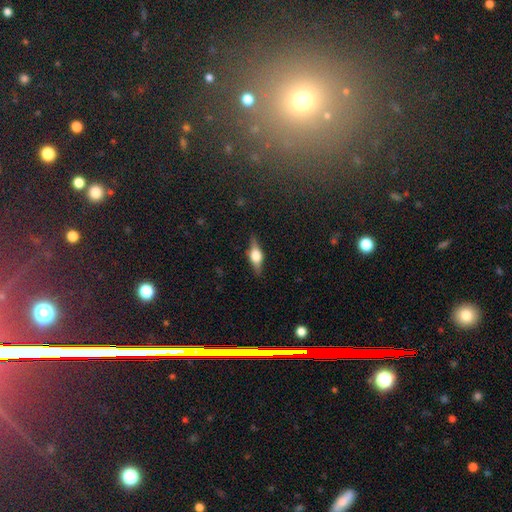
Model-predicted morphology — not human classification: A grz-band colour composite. It shows a featured or disk galaxy (61%) viewed edge-on (96%) with a rounded central bulge (93%). Merging: none (87%).